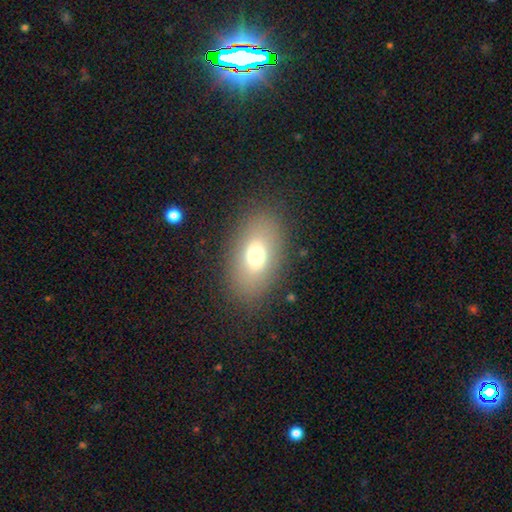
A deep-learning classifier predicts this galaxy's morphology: Smooth or featured? smooth (69%)
How rounded? in between (85%)
Merging? none (84%)